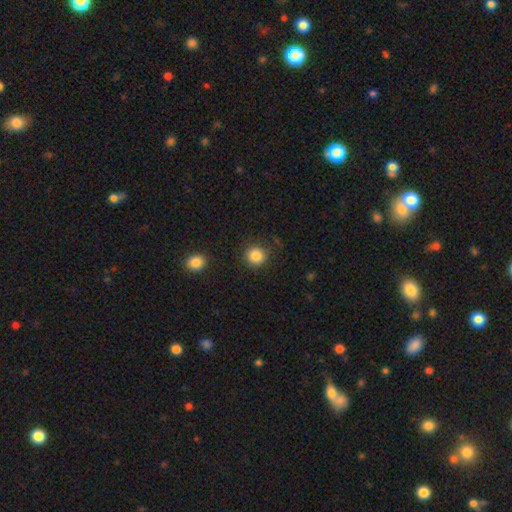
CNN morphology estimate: smooth 86%, star or artifact 10%, featured or disk 4%. Down the decision tree: how rounded — round (93%); merging — none (87%).